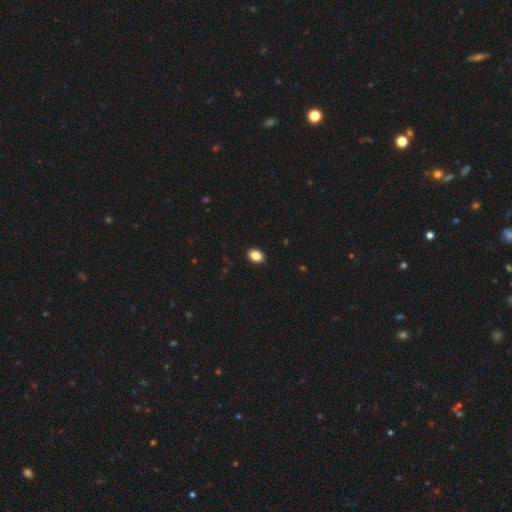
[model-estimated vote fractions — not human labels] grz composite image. It shows a smooth galaxy with no disk features (87%) that is in between round and cigar-shaped (77%). Merging: none (91%).